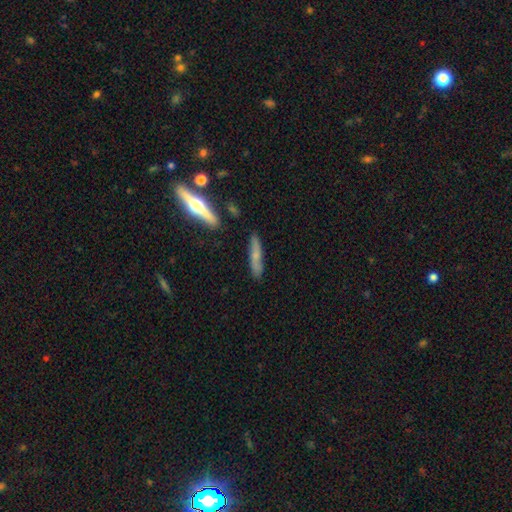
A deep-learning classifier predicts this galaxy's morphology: A smooth galaxy with no disk features (50%).

Vote fractions:
- Smooth or featured? smooth: 50% / featured or disk: 43% / star or artifact: 8%
- Merging? none: 81% / minor disturbance: 14% / merger: 3% / major disturbance: 3%